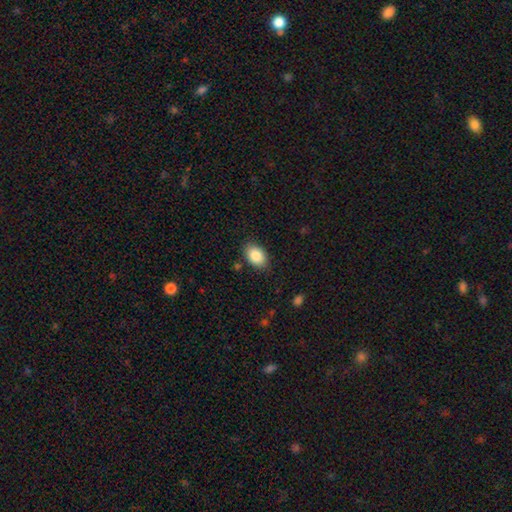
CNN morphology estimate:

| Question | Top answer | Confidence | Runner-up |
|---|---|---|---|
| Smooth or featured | smooth | 86% | star or artifact (7%) |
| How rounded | in between | 86% | round (13%) |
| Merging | none | 83% | minor disturbance (13%) |